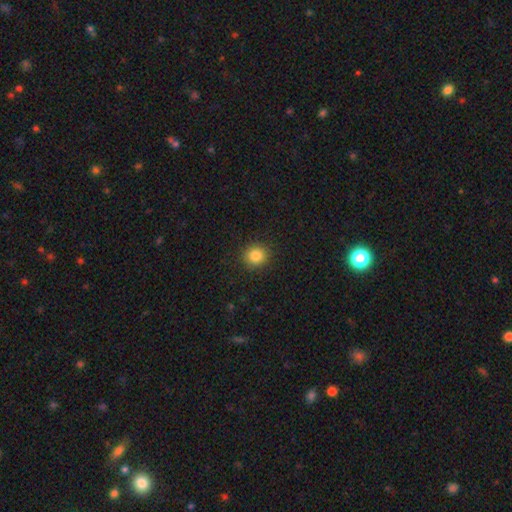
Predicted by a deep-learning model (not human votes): A smooth galaxy with no disk features (84%) that is round (89%). Merging: none (91%).